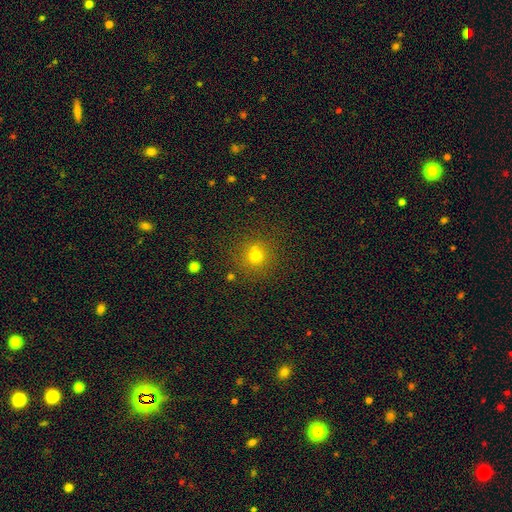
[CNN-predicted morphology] A smooth galaxy with no disk features (71%) that is round (91%).

Vote fractions:
- Smooth or featured? smooth: 71% / star or artifact: 19% / featured or disk: 10%
- How rounded? round: 91% / in between: 8% / cigar-shaped: 1%
- Merging? none: 71% / merger: 15% / minor disturbance: 10% / major disturbance: 4%